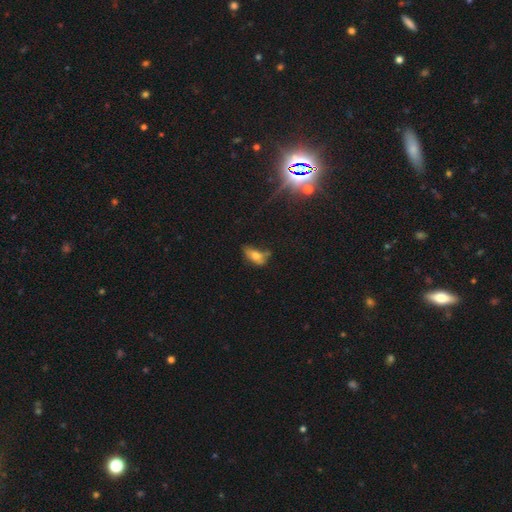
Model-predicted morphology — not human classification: A smooth galaxy with no disk features (58%) that is in between round and cigar-shaped (81%).

Vote fractions:
- Smooth or featured? smooth: 58% / featured or disk: 28% / star or artifact: 14%
- How rounded? in between: 81% / cigar-shaped: 14% / round: 6%
- Merging? none: 37% / minor disturbance: 31% / major disturbance: 23% / merger: 9%